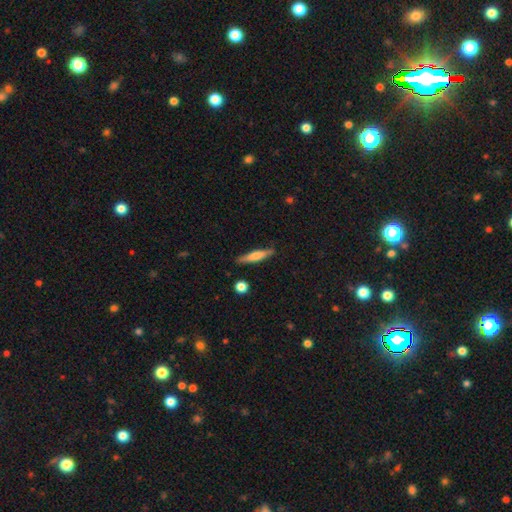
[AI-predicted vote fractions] smooth-or-featured: smooth: 60% | featured or disk: 34% | star or artifact: 6%
  how-rounded: cigar-shaped: 86% | in between: 12% | round: 2%
  merging: none: 84% | minor disturbance: 11% | major disturbance: 2% | merger: 2%